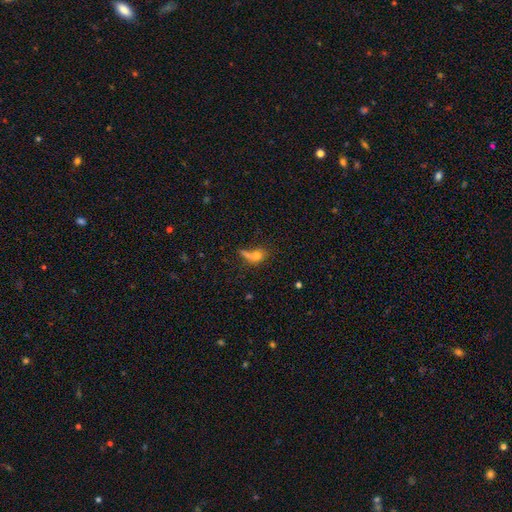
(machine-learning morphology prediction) smooth-or-featured: smooth: 69% | featured or disk: 17% | star or artifact: 14%
  how-rounded: in between: 48% | round: 45% | cigar-shaped: 8%
  merging: none: 35% | merger: 32% | major disturbance: 18% | minor disturbance: 15%